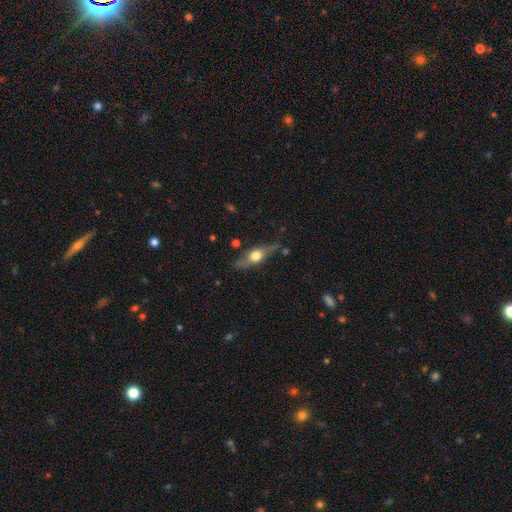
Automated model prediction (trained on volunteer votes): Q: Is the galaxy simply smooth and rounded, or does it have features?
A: featured or disk — 60%.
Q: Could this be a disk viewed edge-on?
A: yes — 90%.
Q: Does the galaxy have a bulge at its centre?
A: rounded — 95%.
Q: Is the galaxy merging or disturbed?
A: none — 75%.